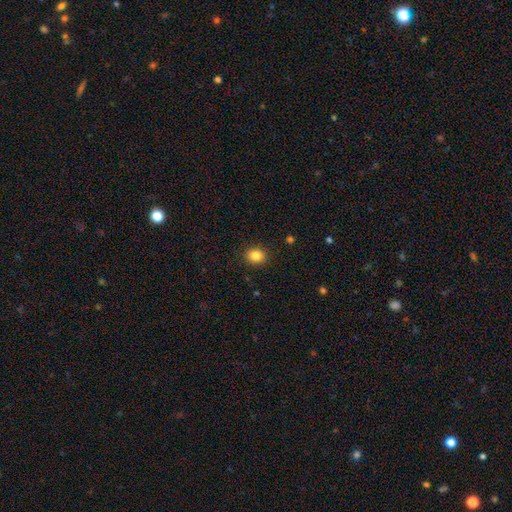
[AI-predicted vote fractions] smooth-or-featured: smooth: 85% | star or artifact: 11% | featured or disk: 4%
  how-rounded: round: 71% | in between: 28% | cigar-shaped: 1%
  merging: none: 90% | minor disturbance: 7% | major disturbance: 2% | merger: 1%